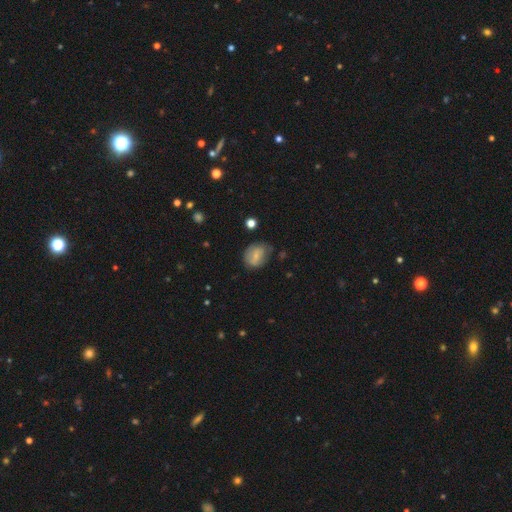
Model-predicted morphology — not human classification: The model was most divided on "how rounded": in between: 52%, round: 47%, cigar-shaped: 1%. More confident: smooth or featured — smooth (67%); merging — none (60%).